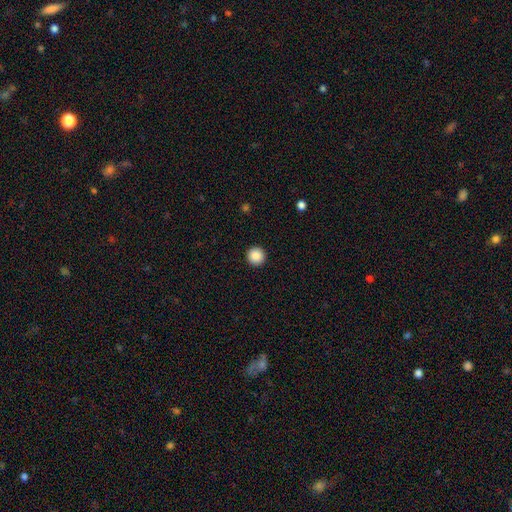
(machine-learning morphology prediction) smooth-or-featured: smooth: 88% | star or artifact: 9% | featured or disk: 3%
  how-rounded: round: 96% | in between: 3% | cigar-shaped: 1%
  merging: none: 94% | minor disturbance: 4% | major disturbance: 1% | merger: 1%